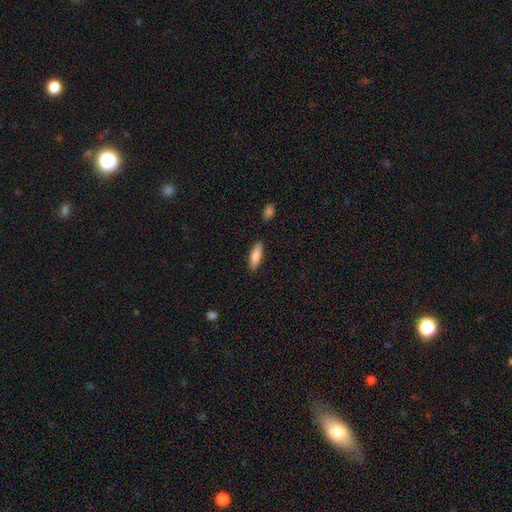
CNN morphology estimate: smooth_or_featured: smooth (p=0.82) [alt: featured or disk p=0.12]
how_rounded: in between (p=0.51) [alt: cigar-shaped p=0.48]
merging: none (p=0.86) [alt: minor disturbance p=0.10]